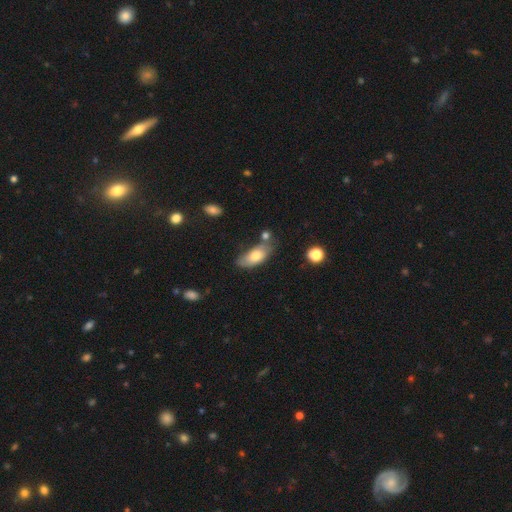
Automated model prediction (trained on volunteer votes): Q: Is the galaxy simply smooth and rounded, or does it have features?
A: smooth — 73%.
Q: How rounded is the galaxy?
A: in between — 87%.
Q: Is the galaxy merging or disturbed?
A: none — 54%.